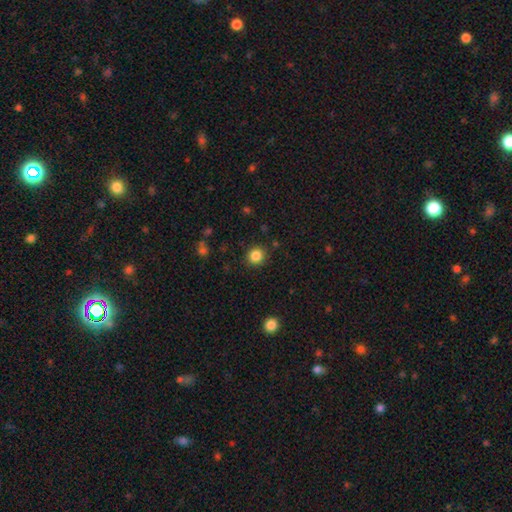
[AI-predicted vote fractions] A smooth galaxy with no disk features (85%) that is round (88%). Merging: none (89%).